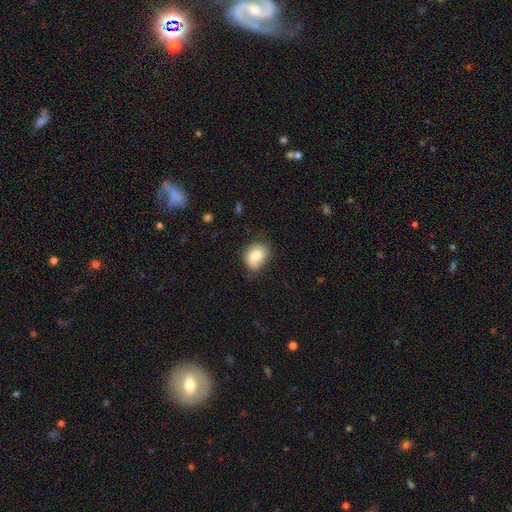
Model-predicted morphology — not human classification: Overall: smooth (78%). How rounded: in between (56%; round 43%). Merging: none (64%; minor disturbance 28%).